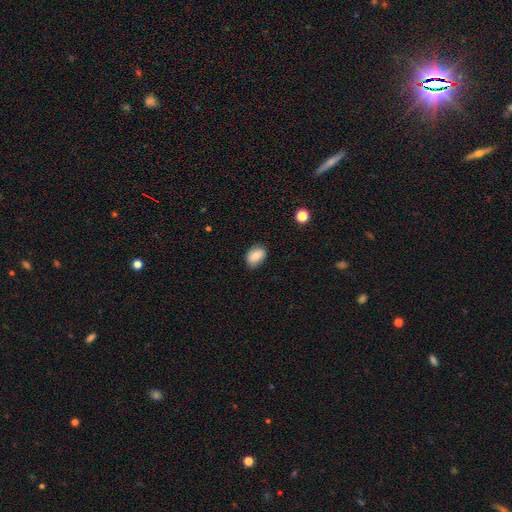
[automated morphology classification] smooth 82%, featured or disk 10%, star or artifact 9%. Down the decision tree: how rounded — in between (76%); merging — none (82%).